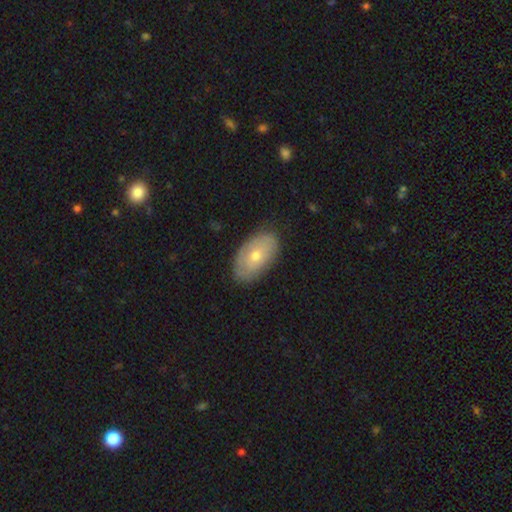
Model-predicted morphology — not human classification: Smooth or featured? Predicted: smooth (p=0.55). How rounded? Predicted: in between (p=0.93). Merging? Predicted: none (p=0.81).